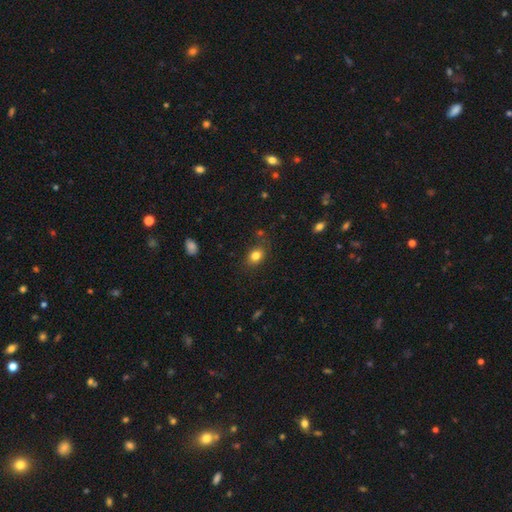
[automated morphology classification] Q: Smooth or featured?
A: smooth (81%); runner-up: star or artifact (11%)
Q: How rounded?
A: in between (65%); runner-up: round (34%)
Q: Merging?
A: none (78%); runner-up: minor disturbance (15%)